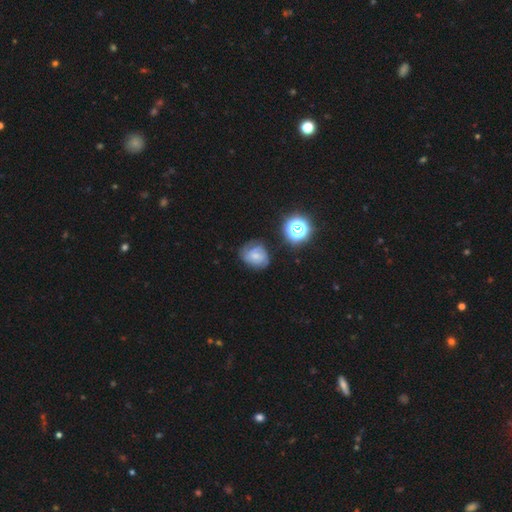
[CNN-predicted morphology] Smooth or featured? Predicted: featured or disk (p=0.54). Edge-on disk? Predicted: no (p=0.97). Bar? Predicted: no (p=0.54). Spiral arms? Predicted: yes (p=0.83). Bulge size? Predicted: small (p=0.52). Merging? Predicted: none (p=0.63).